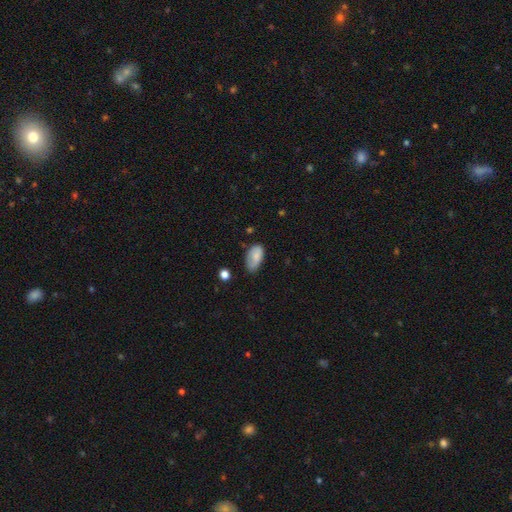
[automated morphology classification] The model was most divided on "merging": none: 53%, minor disturbance: 36%, major disturbance: 9%, merger: 3%. More confident: how rounded — in between (93%); smooth or featured — smooth (80%).